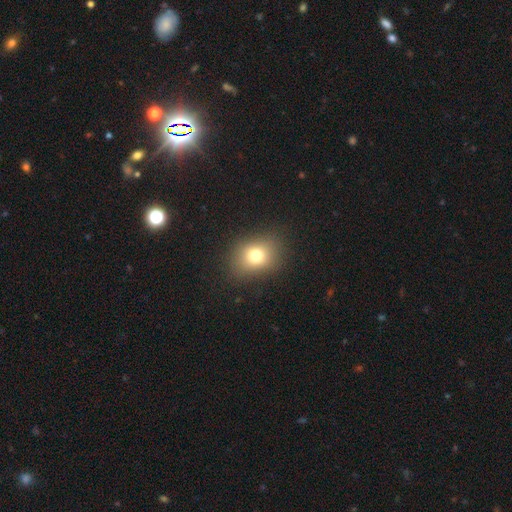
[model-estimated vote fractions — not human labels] Q: Smooth or featured?
A: smooth (75%); runner-up: star or artifact (14%)
Q: How rounded?
A: in between (51%); runner-up: round (48%)
Q: Merging?
A: none (85%); runner-up: minor disturbance (10%)